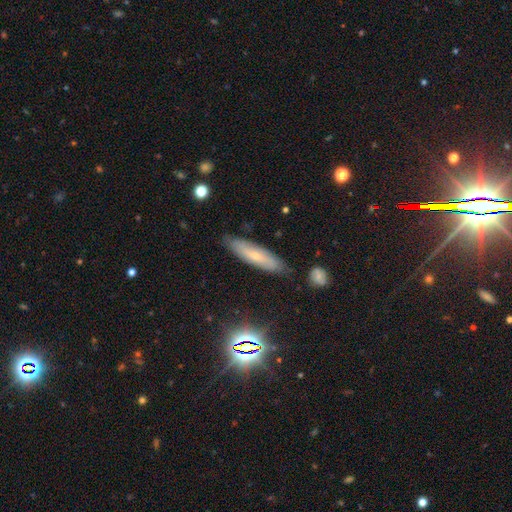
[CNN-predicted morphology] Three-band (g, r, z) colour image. It shows a smooth galaxy with no disk features (50%). Merging: none (82%).